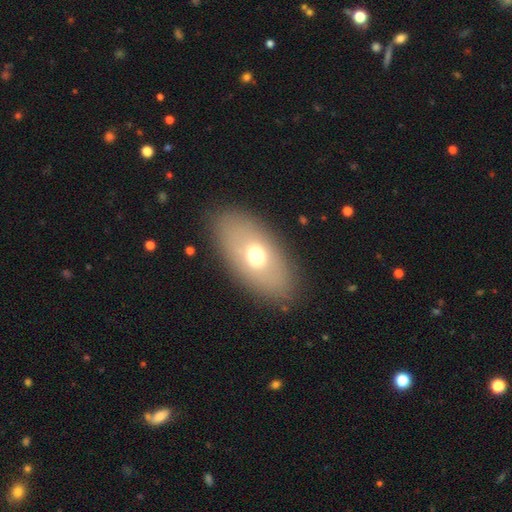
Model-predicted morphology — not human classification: Smooth or featured? Predicted: smooth (p=0.60). How rounded? Predicted: in between (p=0.87). Merging? Predicted: none (p=0.85).